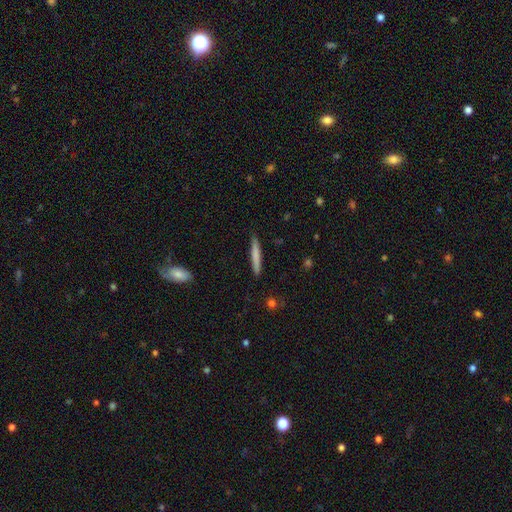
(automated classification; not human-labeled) The model was most divided on "smooth or featured": smooth: 73%, featured or disk: 22%, star or artifact: 6%. More confident: how rounded — cigar-shaped (95%); merging — none (89%).